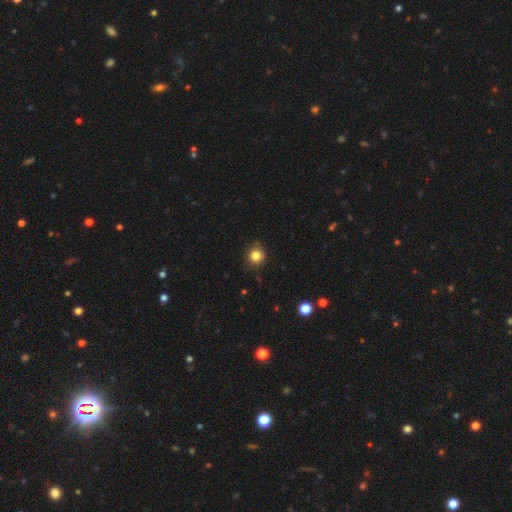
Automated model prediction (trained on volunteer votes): A smooth galaxy with no disk features (83%) that is round (90%). Merging: none (86%).